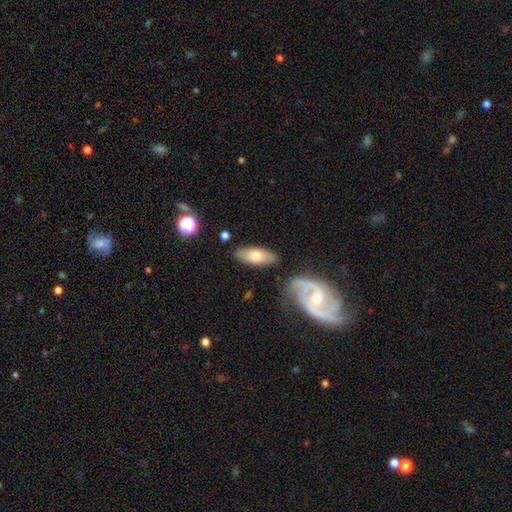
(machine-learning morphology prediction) type=smooth (70%); roundness=in between (80%); merging=none (79%).